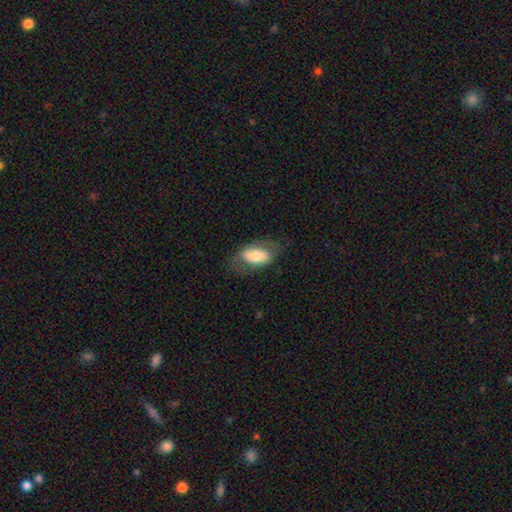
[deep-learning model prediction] Smooth or featured: smooth — 63% (featured or disk — 31%)
How rounded: in between — 91% (round — 5%)
Merging: none — 67% (minor disturbance — 20%)